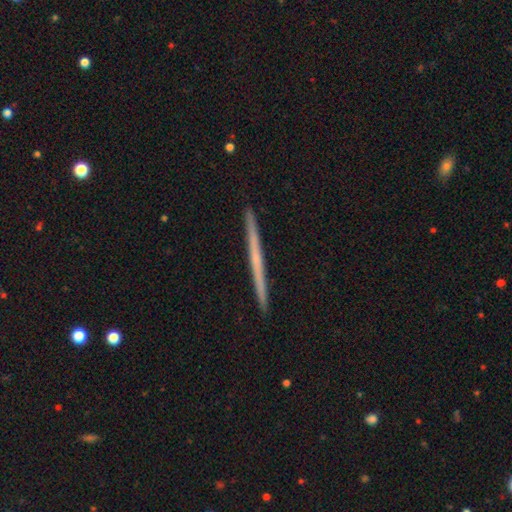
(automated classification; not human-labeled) A featured or disk galaxy (61%) viewed edge-on (98%) with no central bulge (84%).

Vote fractions:
- Smooth or featured? featured or disk: 61% / smooth: 33% / star or artifact: 6%
- Edge-on disk? yes: 98% / no: 2%
- Edge-on bulge? none: 84% / rounded: 13% / boxy: 3%
- Merging? none: 93% / minor disturbance: 5% / merger: 1% / major disturbance: 1%